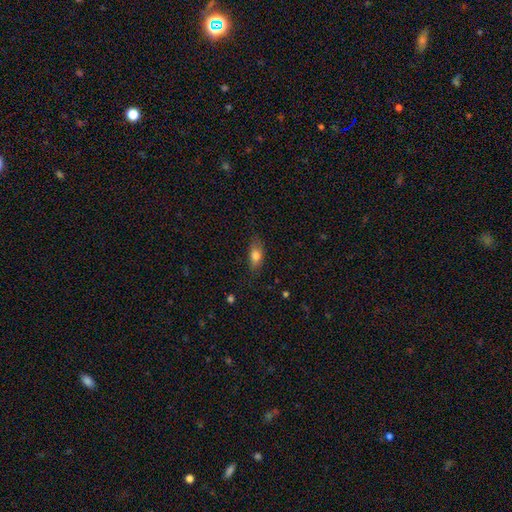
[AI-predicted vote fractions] This appears to be a smooth galaxy with no disk features (79%) that is in between round and cigar-shaped (82%). Merging: none (75%).